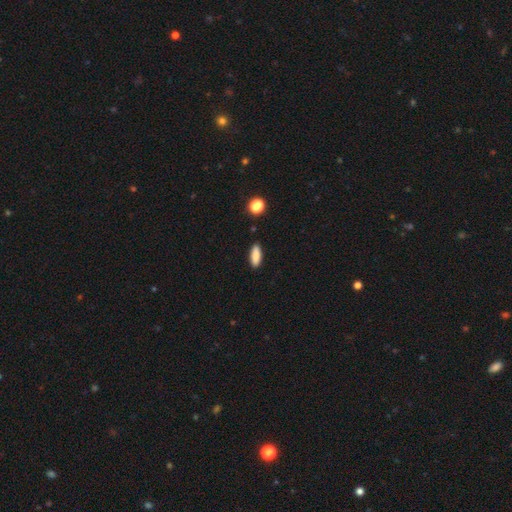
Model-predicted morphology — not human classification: Smooth or featured?
  - smooth: 86% *
  - star or artifact: 7%
  - featured or disk: 7%
How rounded?
  - in between: 64% *
  - cigar-shaped: 33%
  - round: 2%
Merging?
  - none: 87% *
  - minor disturbance: 9%
  - major disturbance: 2%
  - merger: 2%